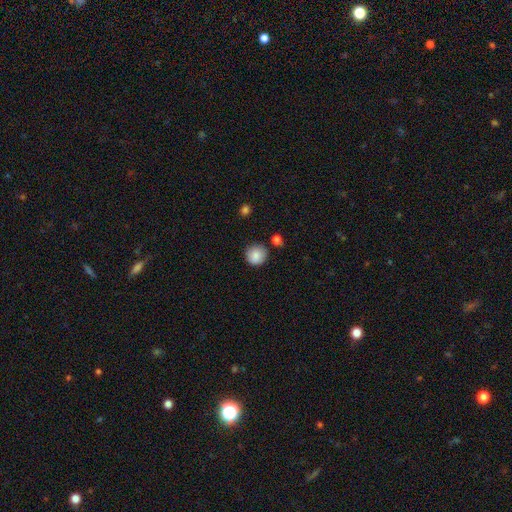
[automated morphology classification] Smooth or featured?
  - smooth: 86% *
  - star or artifact: 8%
  - featured or disk: 5%
How rounded?
  - round: 93% *
  - in between: 6%
  - cigar-shaped: 1%
Merging?
  - none: 83% *
  - minor disturbance: 10%
  - merger: 4%
  - major disturbance: 2%